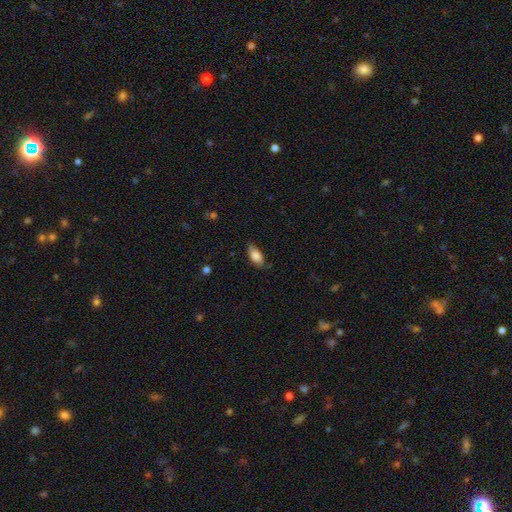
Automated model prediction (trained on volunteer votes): Smooth or featured? smooth (84%)
How rounded? in between (90%)
Merging? none (77%)